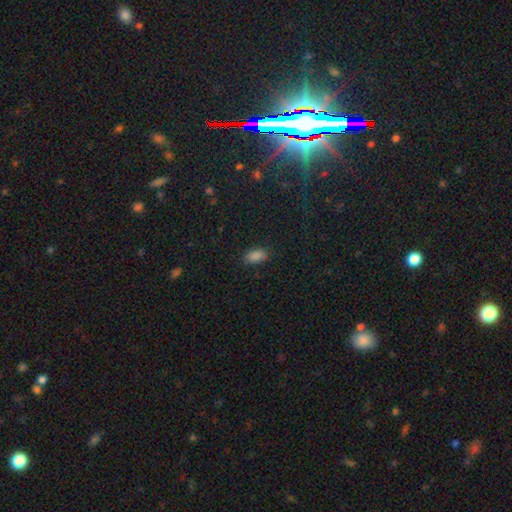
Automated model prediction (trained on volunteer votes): Smooth or featured? smooth (83%)
How rounded? in between (92%)
Merging? none (83%)